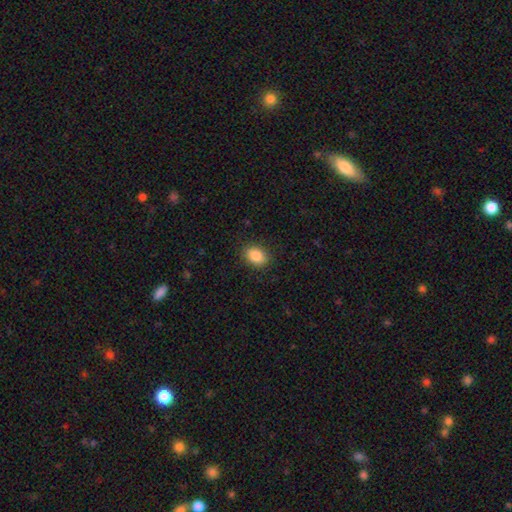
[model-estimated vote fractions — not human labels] The model was most divided on "how rounded": in between: 76%, round: 23%, cigar-shaped: 1%. More confident: merging — none (88%); smooth or featured — smooth (87%).